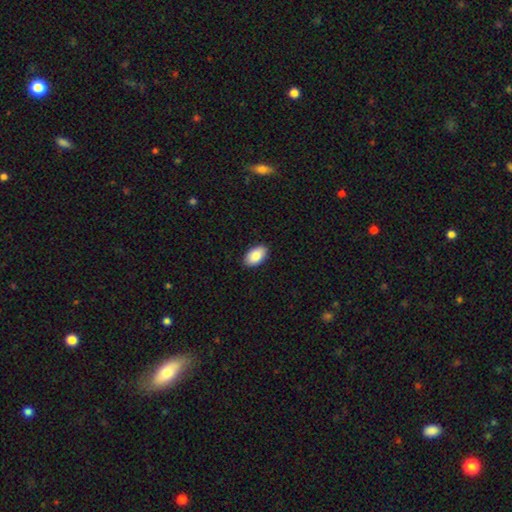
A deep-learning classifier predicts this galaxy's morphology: Smooth or featured? Predicted: smooth (p=0.88). How rounded? Predicted: in between (p=0.94). Merging? Predicted: none (p=0.89).